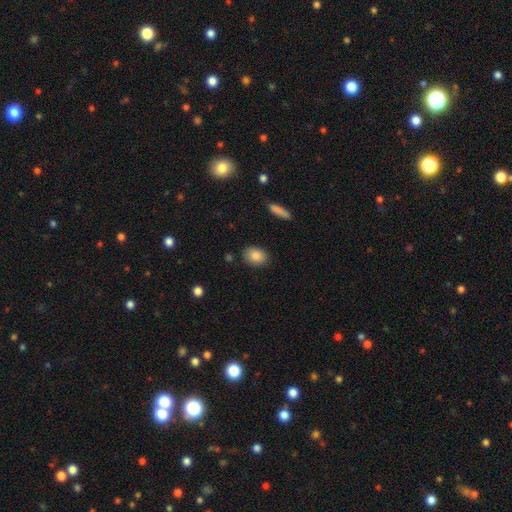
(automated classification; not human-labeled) A smooth galaxy with no disk features (87%) that is in between round and cigar-shaped (75%). Merging: none (86%).